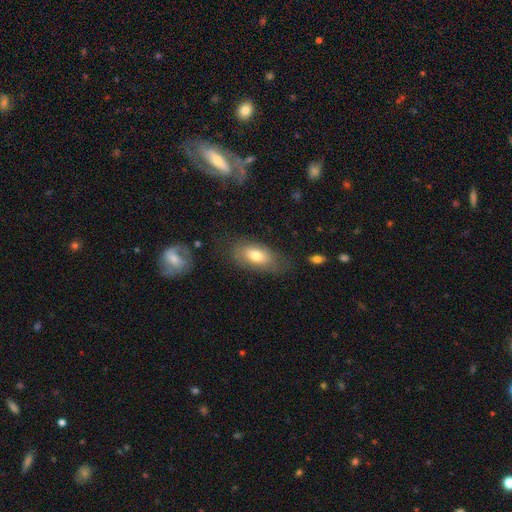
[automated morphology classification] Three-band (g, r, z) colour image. It shows a smooth galaxy with no disk features (72%) that is in between round and cigar-shaped (88%). Merging: none (68%).